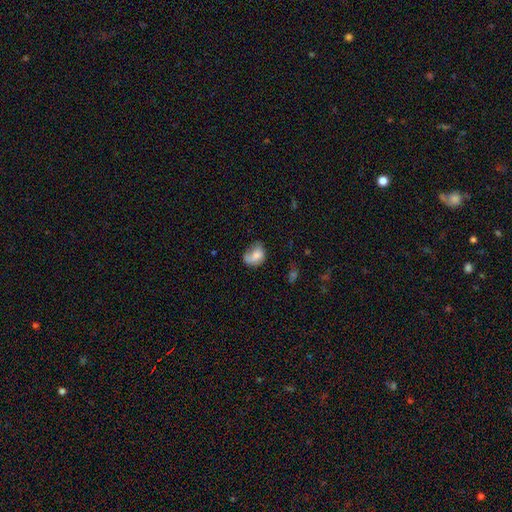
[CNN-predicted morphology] Smooth or featured: smooth — 64% (featured or disk — 27%)
How rounded: in between — 61% (round — 37%)
Merging: none — 39% (minor disturbance — 31%)